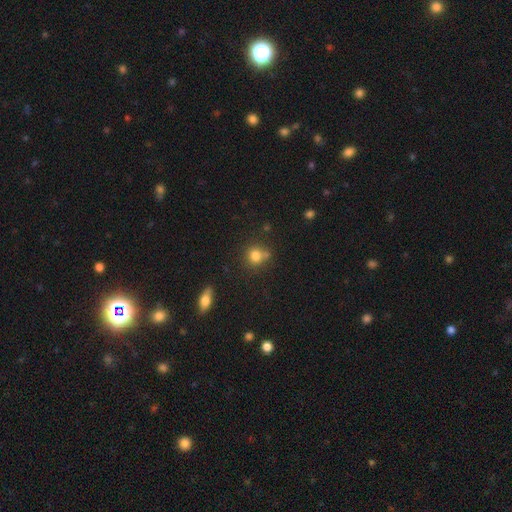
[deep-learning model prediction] The model was most divided on "merging": none: 61%, merger: 19%, minor disturbance: 15%, major disturbance: 5%. More confident: how rounded — round (82%); smooth or featured — smooth (79%).